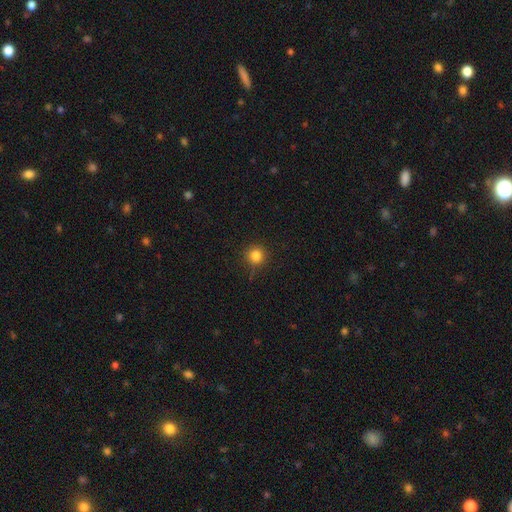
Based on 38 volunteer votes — Smooth or featured? 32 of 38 (84%) said smooth. How rounded? 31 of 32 (97%) said round. Merging? 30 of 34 (88%) said none.